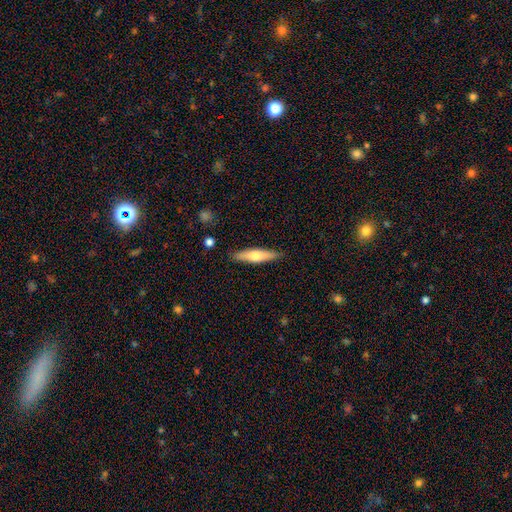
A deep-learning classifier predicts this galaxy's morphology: A smooth galaxy with no disk features (55%) that is cigar-shaped (76%). Merging: none (88%).